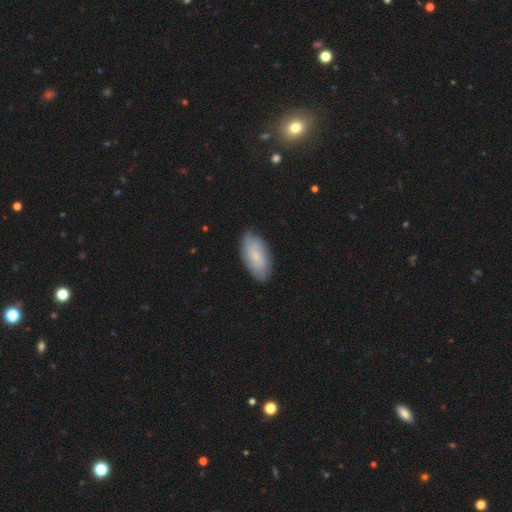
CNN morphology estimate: This is likely a smooth galaxy (63%). How rounded: clearly in between (91%). Merging: clearly none (81%).